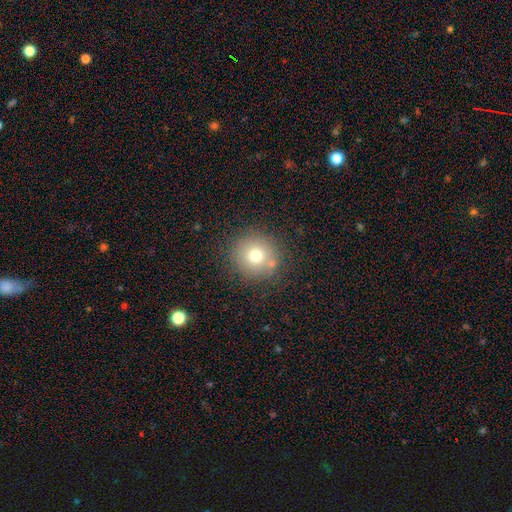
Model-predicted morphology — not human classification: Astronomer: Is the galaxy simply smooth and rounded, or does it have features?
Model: smooth — 72%.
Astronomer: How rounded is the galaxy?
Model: round — 93%.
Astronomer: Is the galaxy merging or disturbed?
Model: none — 81%.